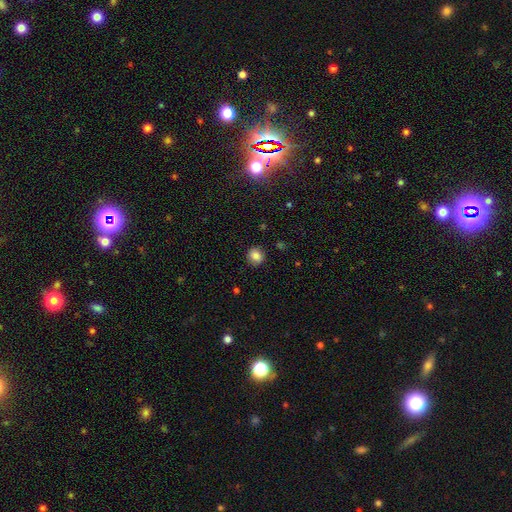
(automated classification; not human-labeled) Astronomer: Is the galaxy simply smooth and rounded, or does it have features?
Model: smooth — 83%.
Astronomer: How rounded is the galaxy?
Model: round — 85%.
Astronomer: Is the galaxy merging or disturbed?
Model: none — 88%.